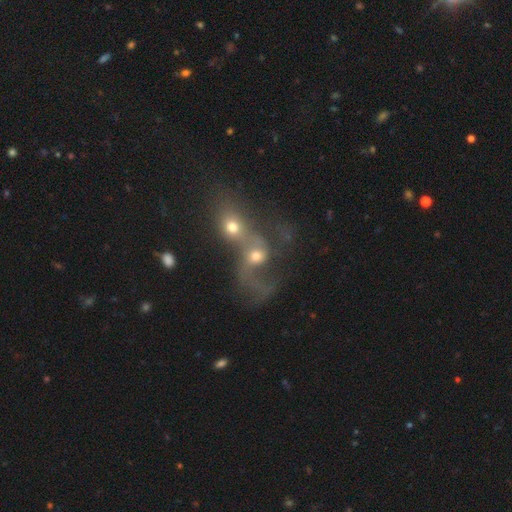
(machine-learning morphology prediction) This appears to be a featured or disk galaxy (48%). Merging: merger (81%).